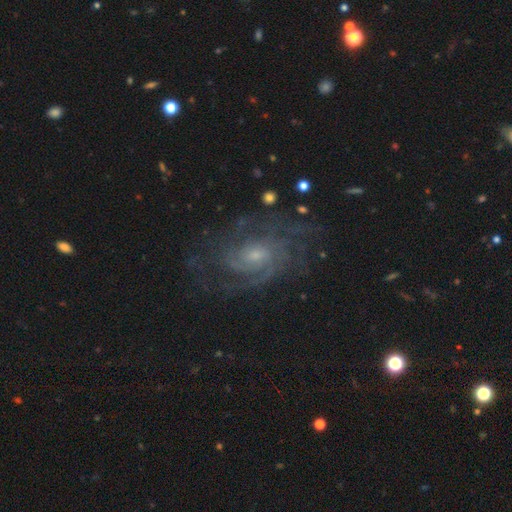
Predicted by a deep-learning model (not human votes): smooth-or-featured: featured or disk: 86% | star or artifact: 7% | smooth: 6%
  disk-edge-on: no: 97% | yes: 3%
    bar: no: 60% | weak: 35% | strong: 6%
    has-spiral-arms: yes: 96% | no: 4%
      spiral-winding: tight: 55% | medium: 36% | loose: 9%
      spiral-arm-count: can't tell: 31% | 2: 23% | 3: 18% | 4: 13% | more than 4: 7% | 1: 7%
    bulge-size: small: 59% | moderate: 34% | none: 4% | large: 2% | dominant: 1%
  merging: none: 72% | minor disturbance: 16% | major disturbance: 11% | merger: 1%